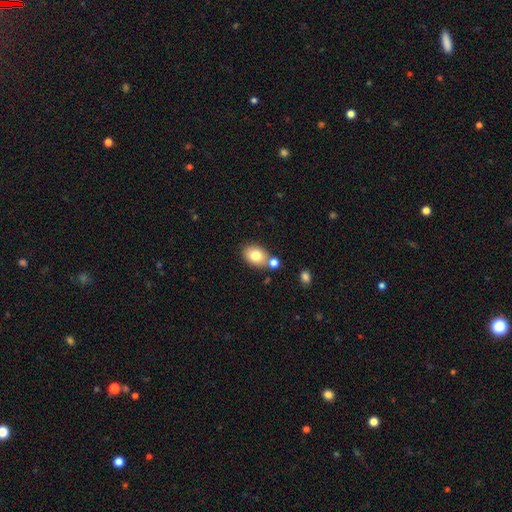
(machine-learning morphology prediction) A smooth galaxy with no disk features (79%) that is in between round and cigar-shaped (68%).

Vote fractions:
- Smooth or featured? smooth: 79% / featured or disk: 12% / star or artifact: 9%
- How rounded? in between: 68% / round: 31% / cigar-shaped: 1%
- Merging? none: 64% / merger: 21% / minor disturbance: 12% / major disturbance: 3%